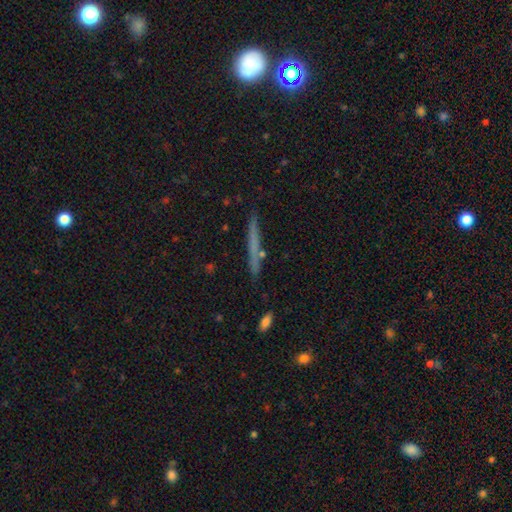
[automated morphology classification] Smooth or featured? Predicted: smooth (p=0.55). How rounded? Predicted: cigar-shaped (p=0.95). Merging? Predicted: none (p=0.85).